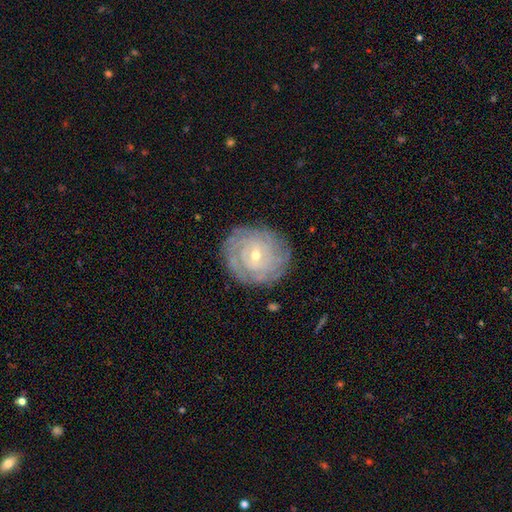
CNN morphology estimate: The model was most divided on "bar": no: 60%, weak: 32%, strong: 8%. Remaining: edge-on disk — no (97%); spiral arms — yes (93%); spiral winding — tight (85%); merging — none (84%); smooth or featured — featured or disk (81%); bulge size — small (65%); spiral arm count — can't tell (45%).